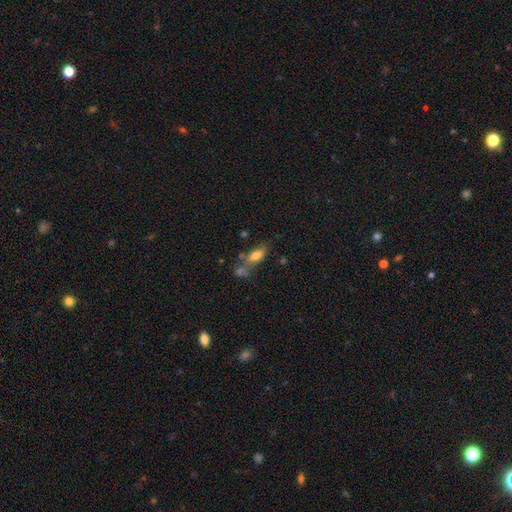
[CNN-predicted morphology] Overall: smooth (69%). How rounded: in between (75%). Merging: none (47%; merger 25%).